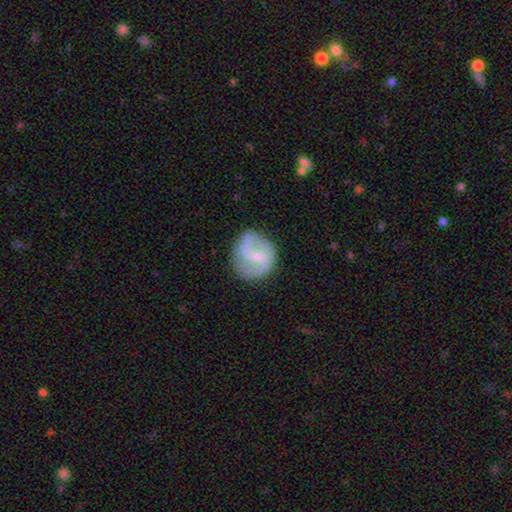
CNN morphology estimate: Smooth or featured: featured or disk — 75% (smooth — 20%)
Edge-on disk: no — 98% (yes — 2%)
Bar: weak — 53% (no — 30%)
Spiral arms: yes — 91% (no — 9%)
Spiral winding: medium — 47% (loose — 36%)
Spiral arm count: 2 — 83% (can't tell — 7%)
Bulge size: small — 63% (moderate — 28%)
Merging: none — 72% (minor disturbance — 19%)